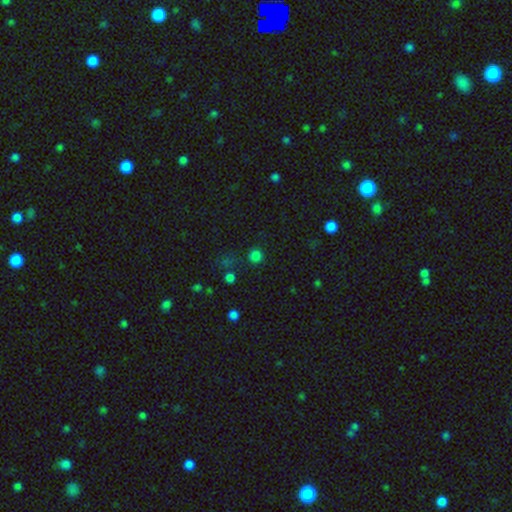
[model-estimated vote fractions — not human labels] Smooth or featured: smooth — 75% (star or artifact — 21%)
How rounded: round — 93% (in between — 6%)
Merging: none — 84% (minor disturbance — 9%)